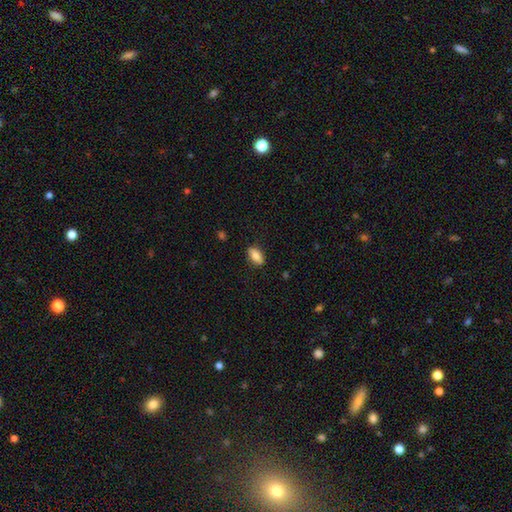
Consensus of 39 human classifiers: Volunteers were most divided on "merging": none: 86%, minor disturbance: 14%, major disturbance: 0%, merger: 0%. More confident: how rounded — in between (94%); smooth or featured — smooth (85%).